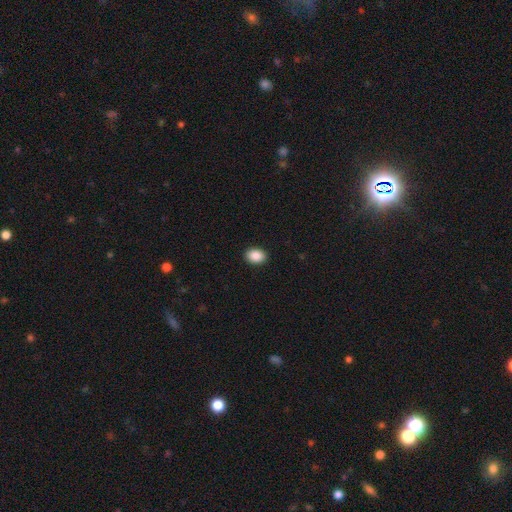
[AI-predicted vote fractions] Smooth or featured? Predicted: smooth (p=0.89). How rounded? Predicted: in between (p=0.71). Merging? Predicted: none (p=0.92).